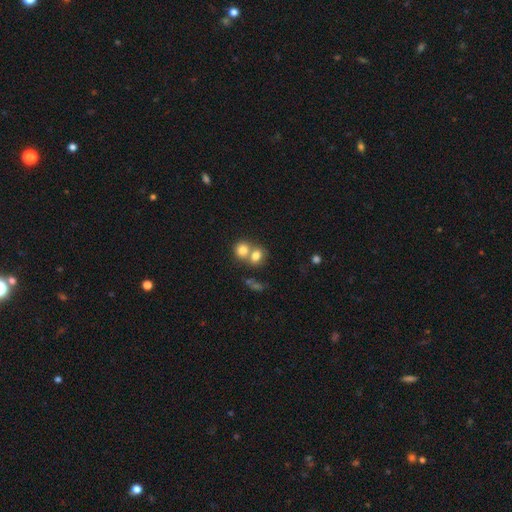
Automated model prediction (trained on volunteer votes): Smooth or featured: smooth — 76% (featured or disk — 13%)
How rounded: round — 61% (in between — 38%)
Merging: merger — 56% (none — 33%)